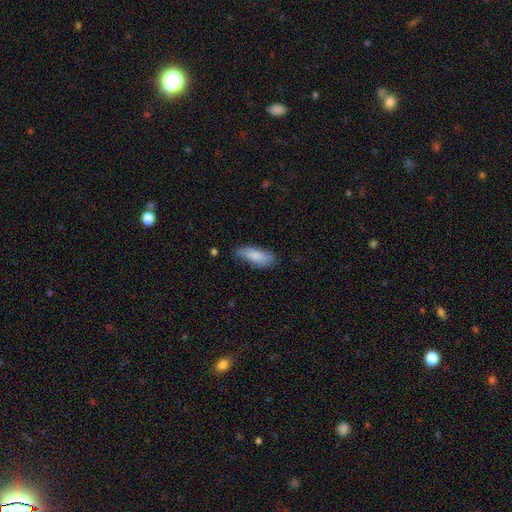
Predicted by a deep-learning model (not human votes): Smooth or featured? Predicted: smooth (p=0.83). How rounded? Predicted: in between (p=0.70). Merging? Predicted: none (p=0.66).